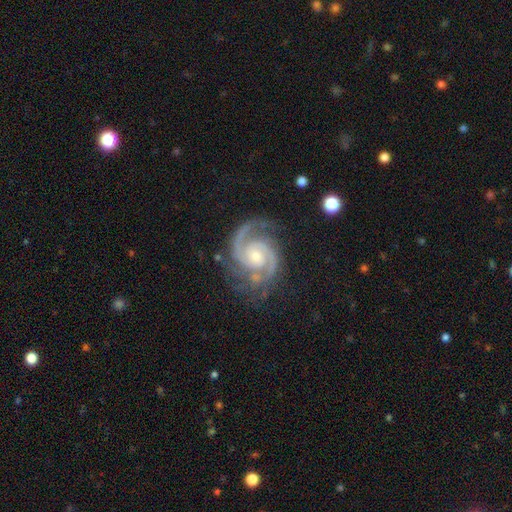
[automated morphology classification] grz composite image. It shows a featured or disk galaxy (93%) with no bar (66%), 2 (88%) tight (52%) spiral arms (99%) and a small central bulge (50%). Merging: none (75%).